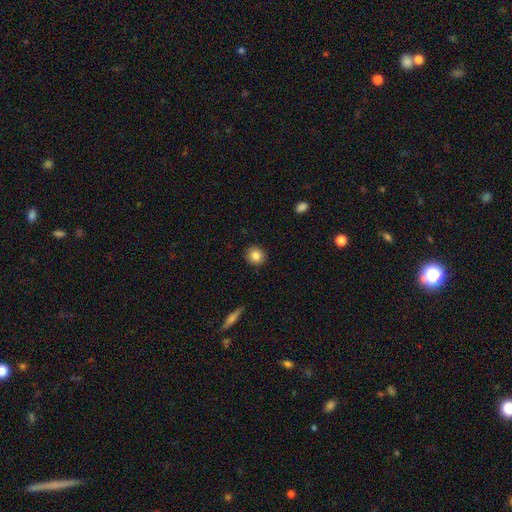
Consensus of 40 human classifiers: Smooth or featured: smooth — 82% (featured or disk — 10%)
How rounded: round — 91% (in between — 9%)
Merging: none — 84% (minor disturbance — 14%)